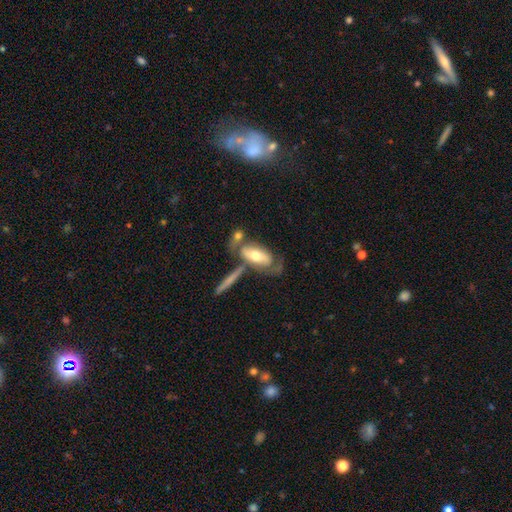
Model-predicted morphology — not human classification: The model was most divided on "smooth or featured": smooth: 49%, featured or disk: 45%, star or artifact: 6%. Remaining: merging — none (38%).